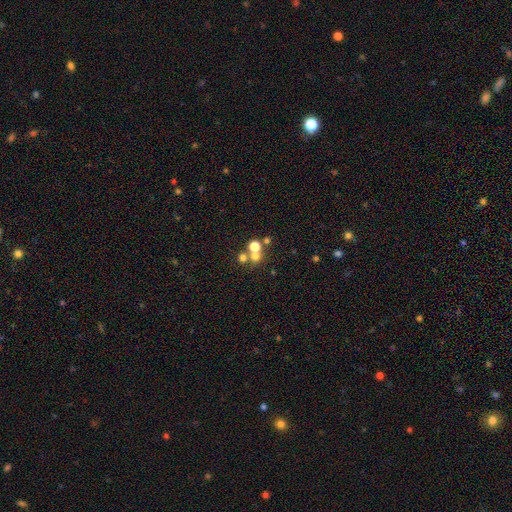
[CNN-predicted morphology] type=smooth (55%); roundness=round (86%); merging=none (50%).